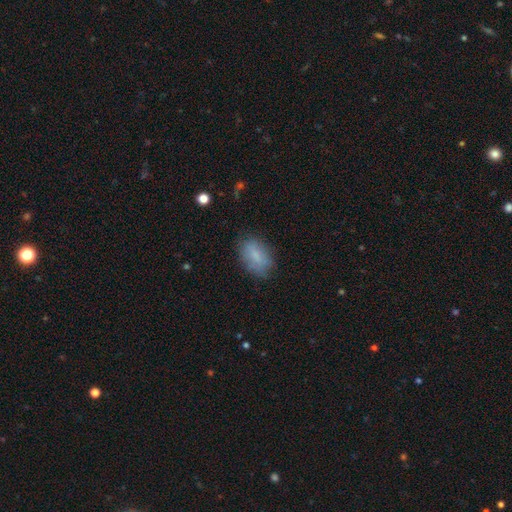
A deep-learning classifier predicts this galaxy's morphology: smooth 80%, featured or disk 12%, star or artifact 8%. Down the decision tree: how rounded — in between (90%); merging — none (75%).